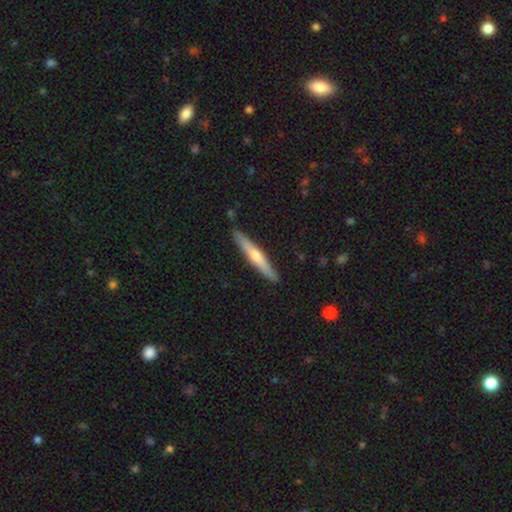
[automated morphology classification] smooth_or_featured: featured or disk (p=0.56) [alt: smooth p=0.39]
disk_edge_on: yes (p=0.96) [alt: no p=0.04]
edge_on_bulge: rounded (p=0.83) [alt: none p=0.14]
merging: none (p=0.89) [alt: minor disturbance p=0.08]